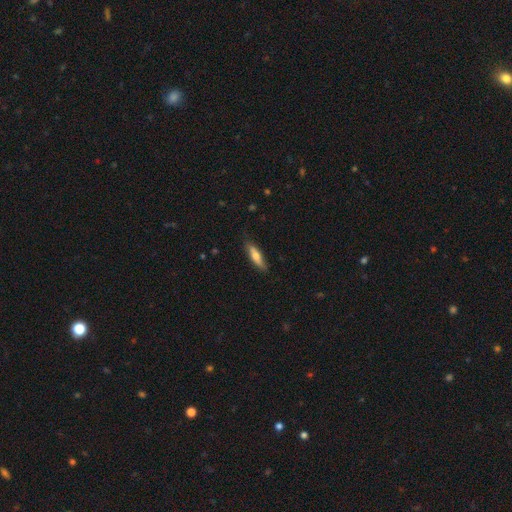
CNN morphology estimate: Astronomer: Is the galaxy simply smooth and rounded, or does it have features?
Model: smooth — 64%.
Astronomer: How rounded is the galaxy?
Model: cigar-shaped — 71%.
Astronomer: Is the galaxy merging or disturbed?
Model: none — 82%.